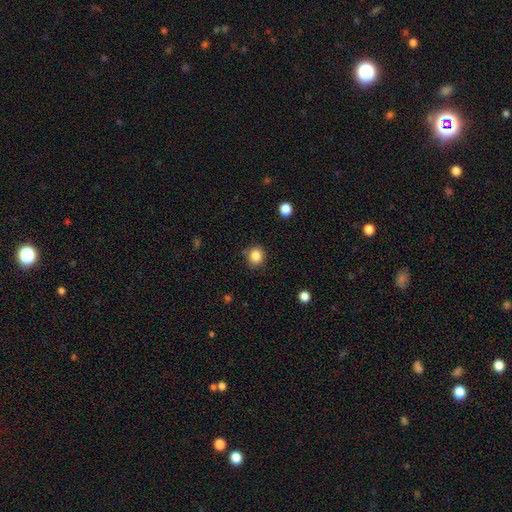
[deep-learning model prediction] Smooth or featured: smooth — 84% (star or artifact — 11%)
How rounded: round — 80% (in between — 19%)
Merging: none — 82% (minor disturbance — 12%)